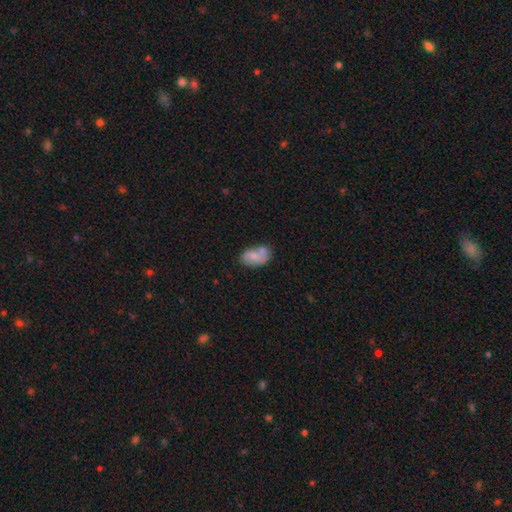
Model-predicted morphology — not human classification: smooth_or_featured: smooth (p=0.59) [alt: featured or disk p=0.33]
how_rounded: in between (p=0.89) [alt: round p=0.09]
merging: none (p=0.42) [alt: merger p=0.27]